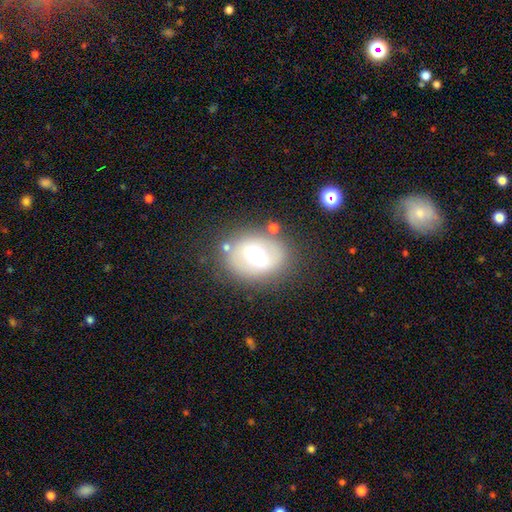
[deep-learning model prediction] A featured or disk galaxy (52%).

Vote fractions:
- Smooth or featured? featured or disk: 52% / smooth: 39% / star or artifact: 9%
- Edge-on disk? no: 92% / yes: 8%
- Merging? none: 72% / minor disturbance: 15% / major disturbance: 7% / merger: 5%